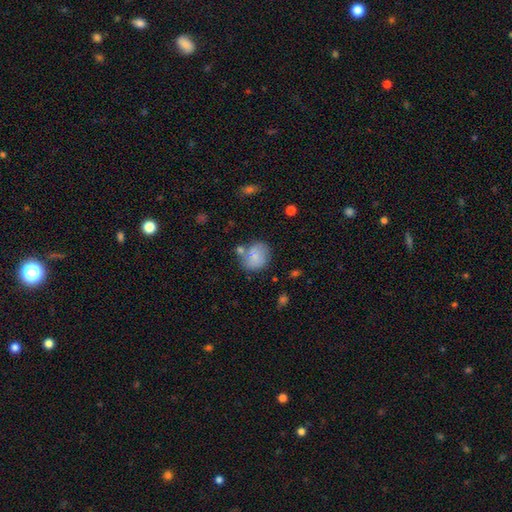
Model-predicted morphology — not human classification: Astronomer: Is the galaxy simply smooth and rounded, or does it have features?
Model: smooth — 75%.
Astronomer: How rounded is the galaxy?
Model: round — 70%.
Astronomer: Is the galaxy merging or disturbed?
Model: none — 59%.